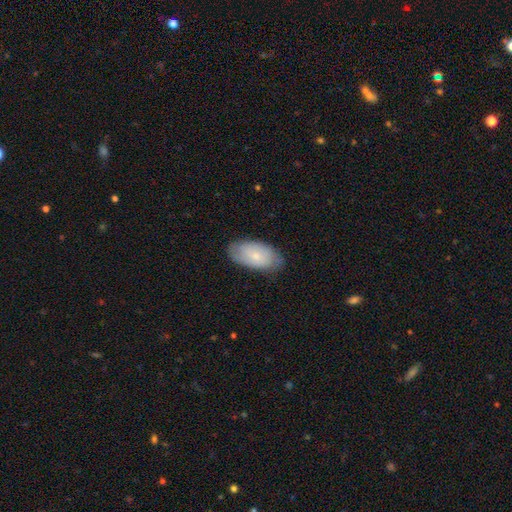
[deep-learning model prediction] Smooth or featured?
  - smooth: 67% *
  - featured or disk: 27%
  - star or artifact: 6%
How rounded?
  - in between: 94% *
  - round: 4%
  - cigar-shaped: 2%
Merging?
  - none: 79% *
  - minor disturbance: 17%
  - major disturbance: 4%
  - merger: 1%